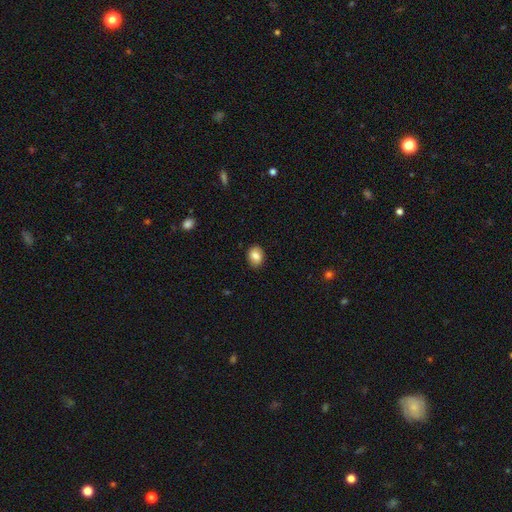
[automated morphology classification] smooth-or-featured: smooth: 84% | featured or disk: 8% | star or artifact: 8%
  how-rounded: in between: 69% | round: 30% | cigar-shaped: 1%
  merging: none: 87% | minor disturbance: 10% | major disturbance: 2% | merger: 1%